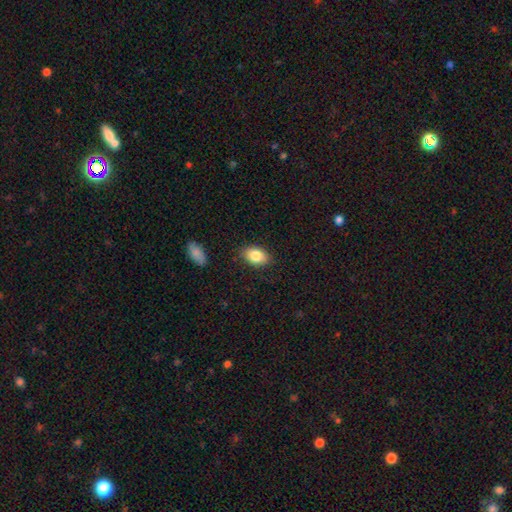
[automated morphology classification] This appears to be a smooth galaxy with no disk features (83%) that is in between round and cigar-shaped (84%). Merging: none (84%).